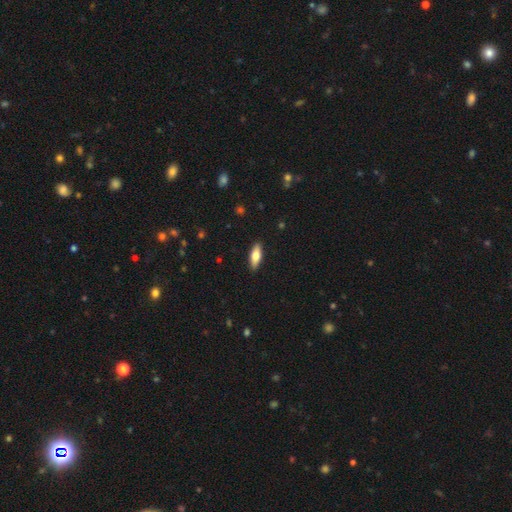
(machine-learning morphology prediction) smooth_or_featured: smooth (p=0.71) [alt: featured or disk p=0.23]
how_rounded: in between (p=0.64) [alt: cigar-shaped p=0.33]
merging: none (p=0.90) [alt: minor disturbance p=0.07]